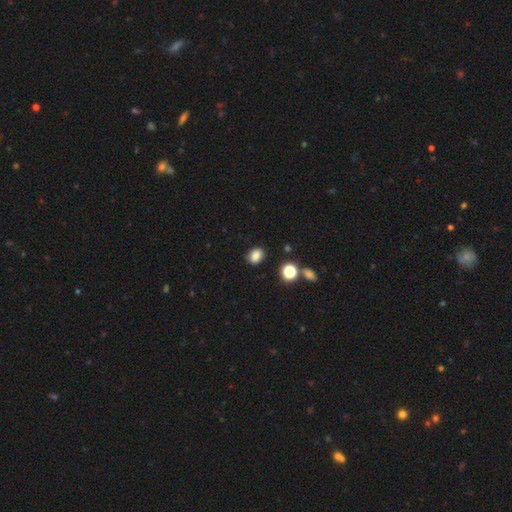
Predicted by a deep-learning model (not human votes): Morphology: type=smooth (84%); roundness=in between (63%); merging=none (85%).